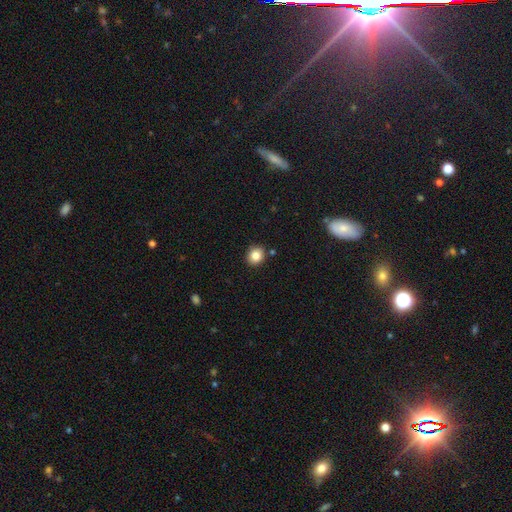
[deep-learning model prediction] Morphology: type=smooth (84%); roundness=round (78%); merging=none (86%).